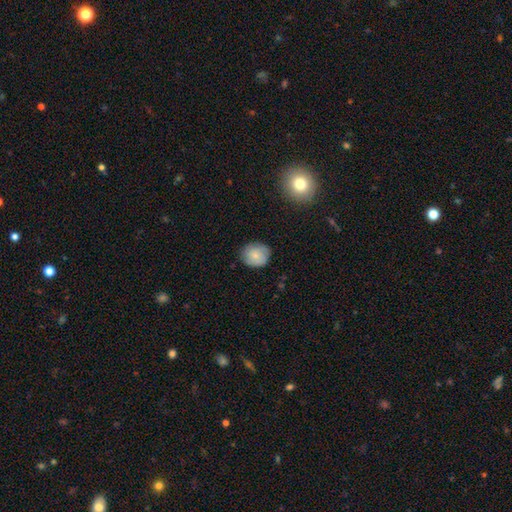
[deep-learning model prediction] Overall: smooth (77%). How rounded: round (74%). Merging: none (78%).